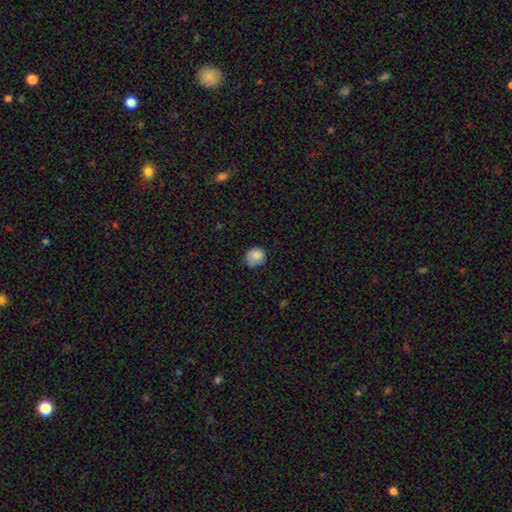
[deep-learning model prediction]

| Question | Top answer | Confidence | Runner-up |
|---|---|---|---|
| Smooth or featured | smooth | 84% | star or artifact (9%) |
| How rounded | round | 76% | in between (23%) |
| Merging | none | 63% | minor disturbance (29%) |